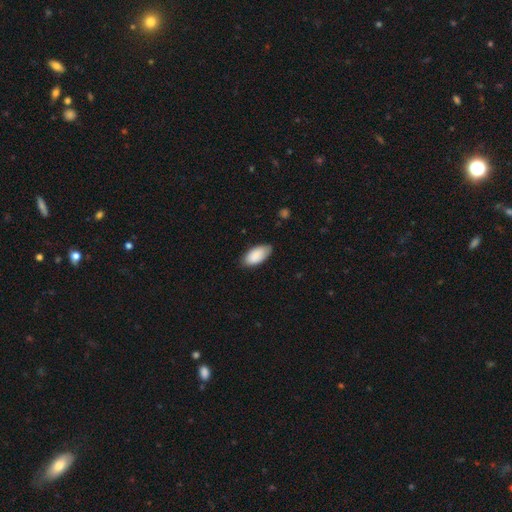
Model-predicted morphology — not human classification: A smooth galaxy with no disk features (89%) that is in between round and cigar-shaped (95%).

Vote fractions:
- Smooth or featured? smooth: 89% / star or artifact: 6% / featured or disk: 6%
- How rounded? in between: 95% / cigar-shaped: 3% / round: 2%
- Merging? none: 79% / minor disturbance: 18% / major disturbance: 3% / merger: 1%